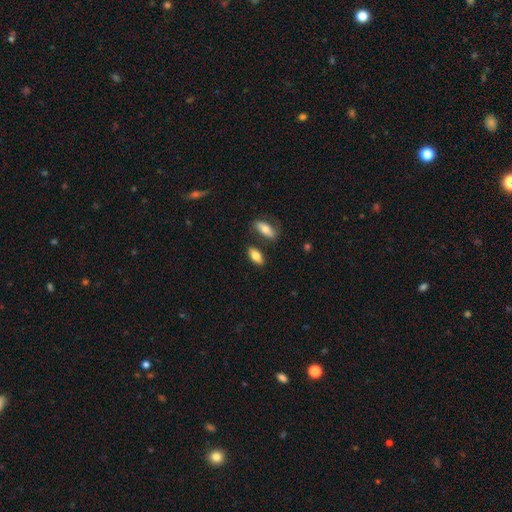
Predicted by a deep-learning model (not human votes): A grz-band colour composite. It shows a smooth galaxy with no disk features (77%) that is in between round and cigar-shaped (83%). Merging: none (76%).